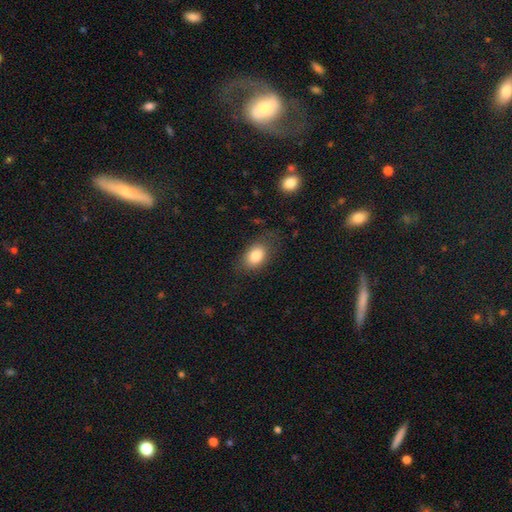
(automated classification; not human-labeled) Smooth or featured? smooth (83%)
How rounded? in between (85%)
Merging? none (72%)